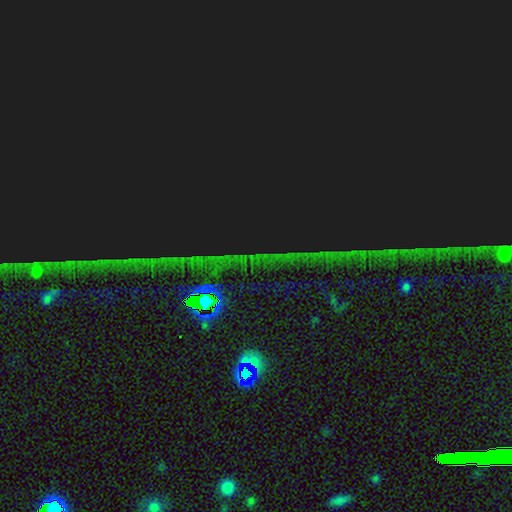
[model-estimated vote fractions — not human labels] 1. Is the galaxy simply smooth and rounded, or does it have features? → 85% star or artifact, 8% smooth, 7% featured or disk.